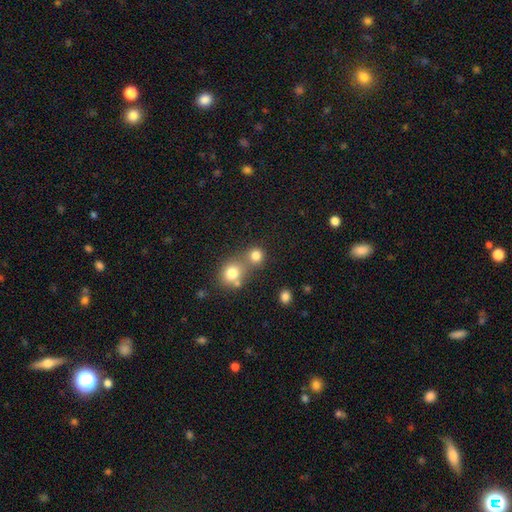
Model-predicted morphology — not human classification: The model was most divided on "merging": none: 52%, merger: 38%, minor disturbance: 7%, major disturbance: 3%. More confident: how rounded — round (86%); smooth or featured — smooth (79%).